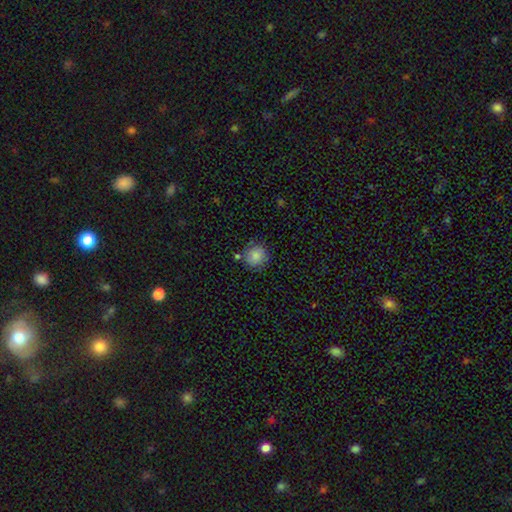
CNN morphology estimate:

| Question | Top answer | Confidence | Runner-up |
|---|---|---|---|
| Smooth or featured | smooth | 85% | star or artifact (9%) |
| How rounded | round | 90% | in between (9%) |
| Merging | none | 79% | minor disturbance (12%) |